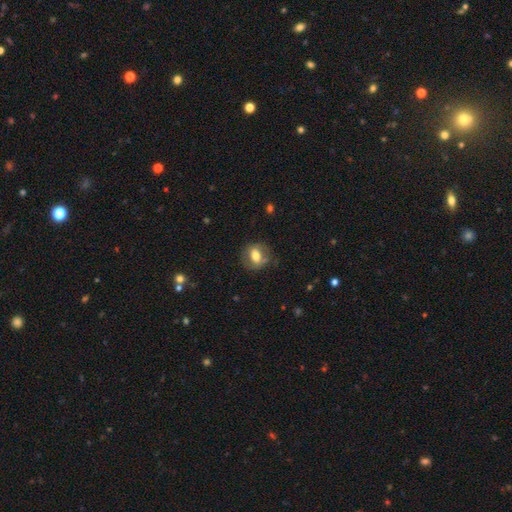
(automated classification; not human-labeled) Smooth or featured? smooth (59%)
How rounded? in between (58%)
Merging? none (70%)